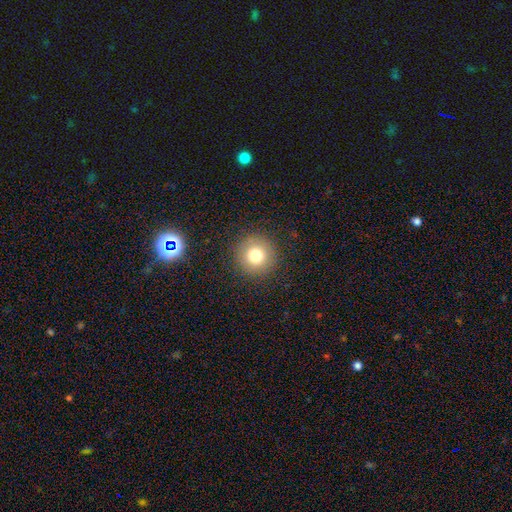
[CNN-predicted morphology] The model was most divided on "smooth or featured": smooth: 76%, star or artifact: 12%, featured or disk: 11%. More confident: how rounded — round (96%); merging — none (90%).